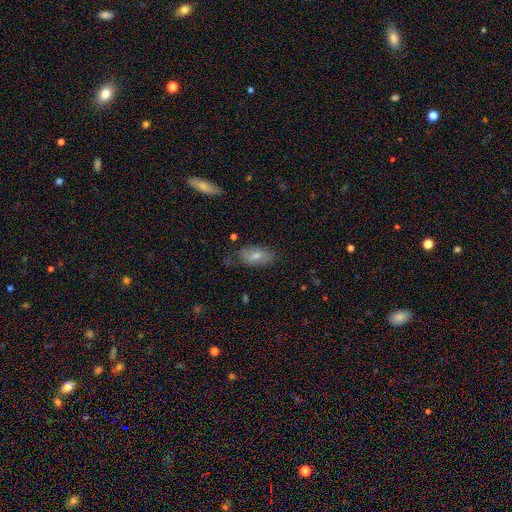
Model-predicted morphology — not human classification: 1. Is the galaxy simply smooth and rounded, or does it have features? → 55% smooth, 34% featured or disk, 11% star or artifact.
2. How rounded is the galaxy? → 89% in between, 6% cigar-shaped, 5% round.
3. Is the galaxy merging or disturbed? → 77% none, 17% minor disturbance, 4% major disturbance, 2% merger.